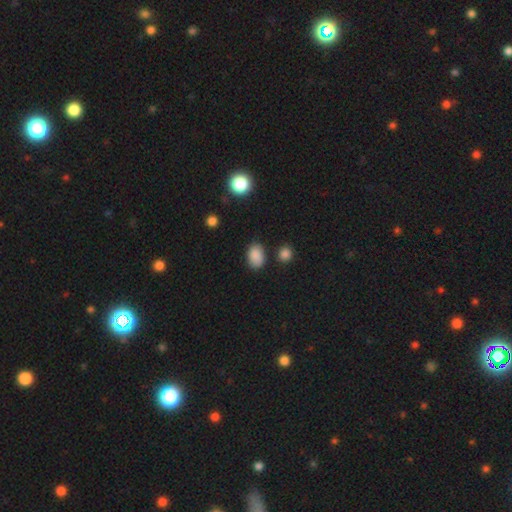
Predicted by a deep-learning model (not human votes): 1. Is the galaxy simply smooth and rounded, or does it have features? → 87% smooth, 9% star or artifact, 4% featured or disk.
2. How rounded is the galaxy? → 85% in between, 14% round, 1% cigar-shaped.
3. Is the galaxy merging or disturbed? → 80% none, 13% minor disturbance, 3% merger, 3% major disturbance.